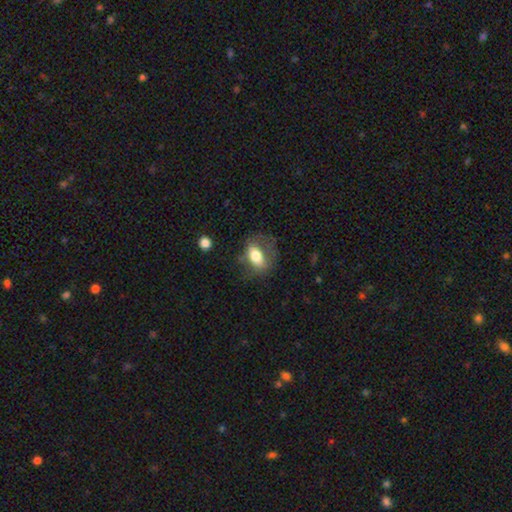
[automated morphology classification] Smooth or featured? Predicted: smooth (p=0.64). How rounded? Predicted: in between (p=0.80). Merging? Predicted: none (p=0.56).